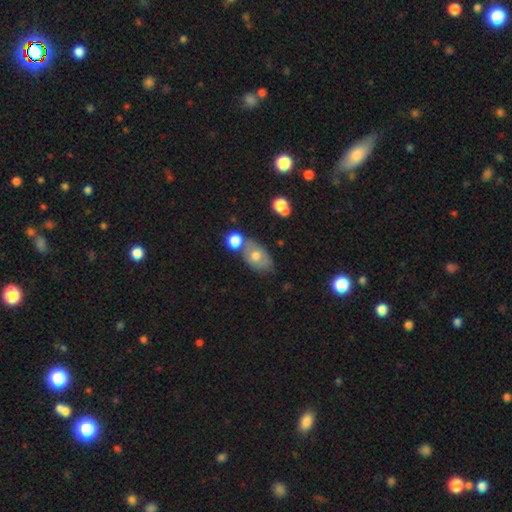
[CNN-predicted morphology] smooth-or-featured: smooth: 65% | featured or disk: 26% | star or artifact: 9%
  how-rounded: in between: 85% | round: 13% | cigar-shaped: 2%
  merging: none: 52% | merger: 25% | minor disturbance: 18% | major disturbance: 6%